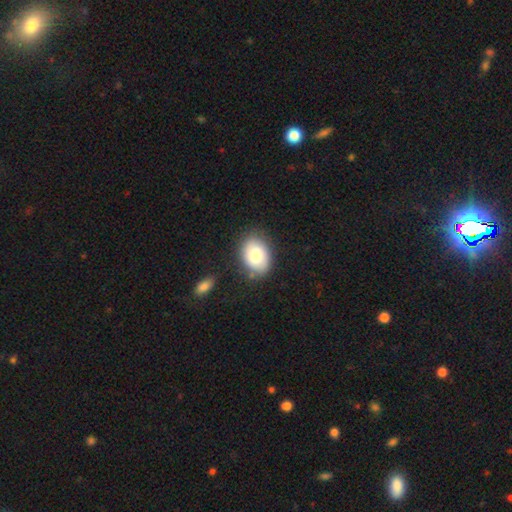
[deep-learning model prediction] Smooth or featured: smooth — 78% (featured or disk — 15%)
How rounded: in between — 73% (round — 26%)
Merging: none — 78% (minor disturbance — 15%)